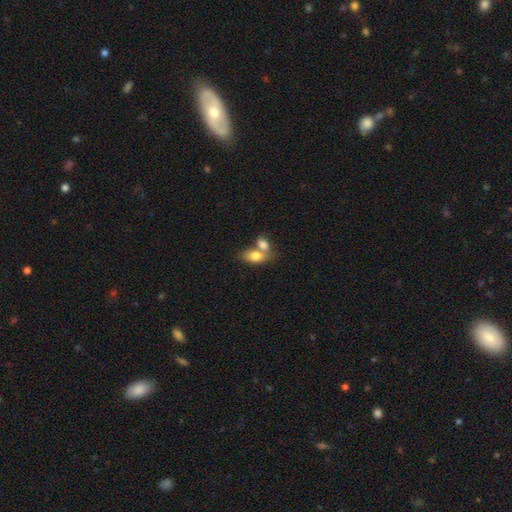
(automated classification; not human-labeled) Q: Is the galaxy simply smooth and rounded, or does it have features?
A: smooth — 79%.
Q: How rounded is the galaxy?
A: in between — 87%.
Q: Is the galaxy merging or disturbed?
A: merger — 60%.